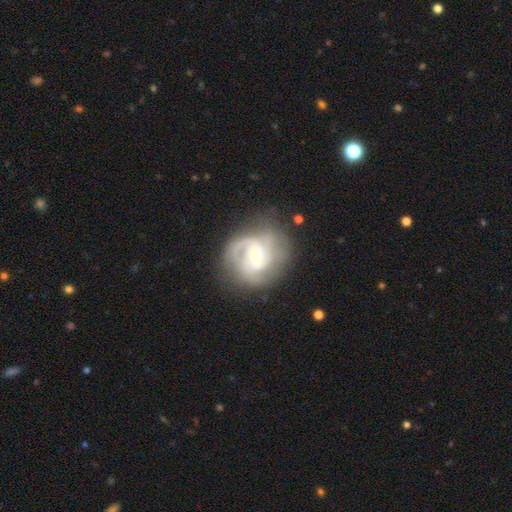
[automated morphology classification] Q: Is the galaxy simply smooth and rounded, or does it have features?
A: featured or disk — 85%.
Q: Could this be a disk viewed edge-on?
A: no — 98%.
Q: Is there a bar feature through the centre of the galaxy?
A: no — 55%.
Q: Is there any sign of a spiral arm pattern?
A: yes — 95%.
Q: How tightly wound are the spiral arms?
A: tight — 45%.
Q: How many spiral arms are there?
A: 2 — 41%.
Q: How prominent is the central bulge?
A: moderate — 52%.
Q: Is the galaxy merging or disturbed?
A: none — 66%.